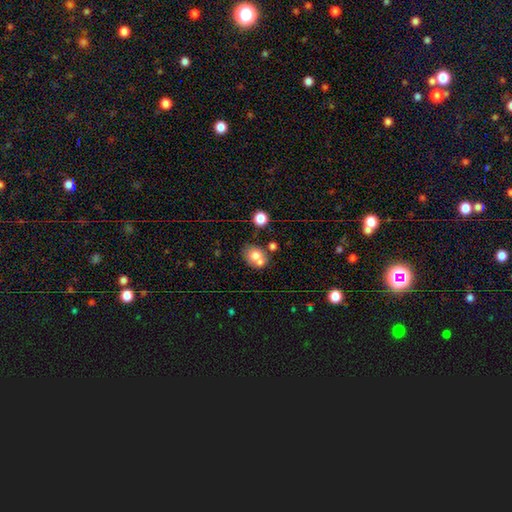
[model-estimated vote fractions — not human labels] A smooth galaxy with no disk features (71%) that is round (55%). Merging: none (47%).